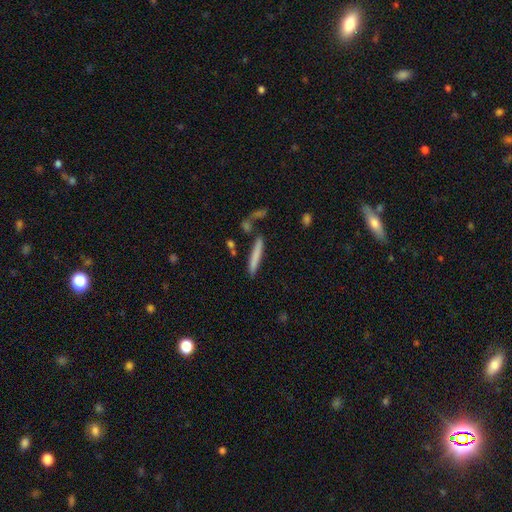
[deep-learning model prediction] Smooth or featured: smooth — 72% (featured or disk — 20%)
How rounded: cigar-shaped — 93% (in between — 5%)
Merging: none — 77% (minor disturbance — 11%)